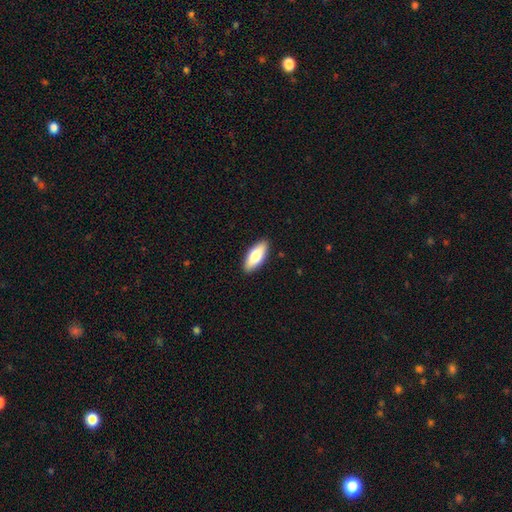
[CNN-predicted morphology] Smooth or featured? smooth (74%)
How rounded? in between (77%)
Merging? none (90%)